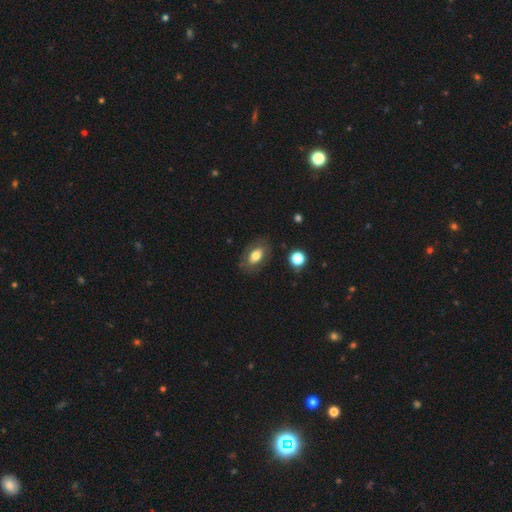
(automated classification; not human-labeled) Smooth or featured? Predicted: smooth (p=0.70). How rounded? Predicted: in between (p=0.88). Merging? Predicted: none (p=0.80).